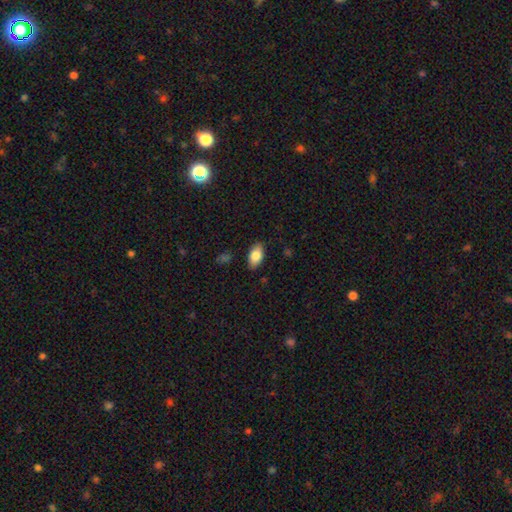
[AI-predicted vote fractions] Smooth or featured?
  - smooth: 82% *
  - featured or disk: 11%
  - star or artifact: 7%
How rounded?
  - in between: 92% *
  - round: 4%
  - cigar-shaped: 3%
Merging?
  - none: 87% *
  - minor disturbance: 10%
  - major disturbance: 2%
  - merger: 1%